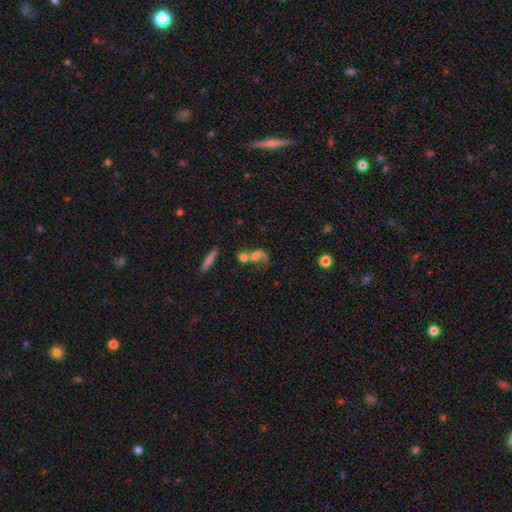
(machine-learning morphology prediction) type=smooth (44%, tied with featured or disk); merging=merger (49%).